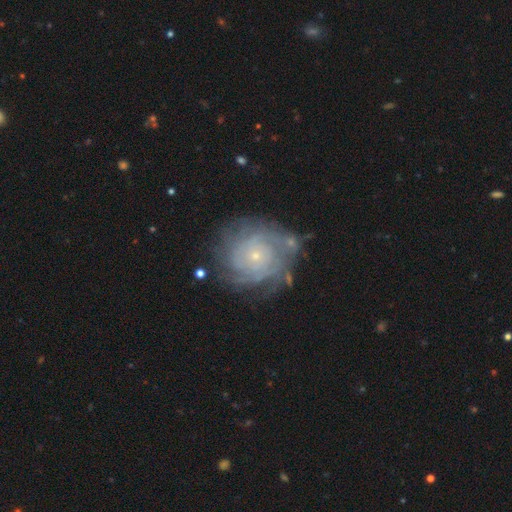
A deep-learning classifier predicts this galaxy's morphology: smooth_or_featured: featured or disk (p=0.79) [alt: smooth p=0.13]
disk_edge_on: no (p=0.97) [alt: yes p=0.03]
bar: no (p=0.84) [alt: weak p=0.13]
has_spiral_arms: yes (p=0.92) [alt: no p=0.08]
spiral_winding: tight (p=0.75) [alt: medium p=0.19]
spiral_arm_count: can't tell (p=0.41) [alt: 4 p=0.19]
bulge_size: small (p=0.85) [alt: moderate p=0.11]
merging: none (p=0.72) [alt: minor disturbance p=0.16]